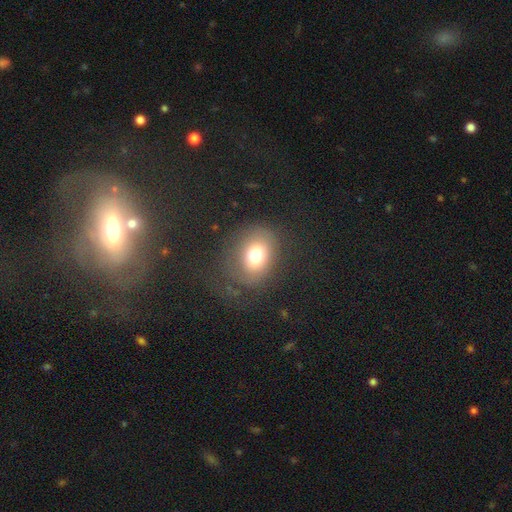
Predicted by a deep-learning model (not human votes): Smooth or featured: smooth — 70% (featured or disk — 18%)
How rounded: round — 54% (in between — 45%)
Merging: none — 63% (major disturbance — 18%)